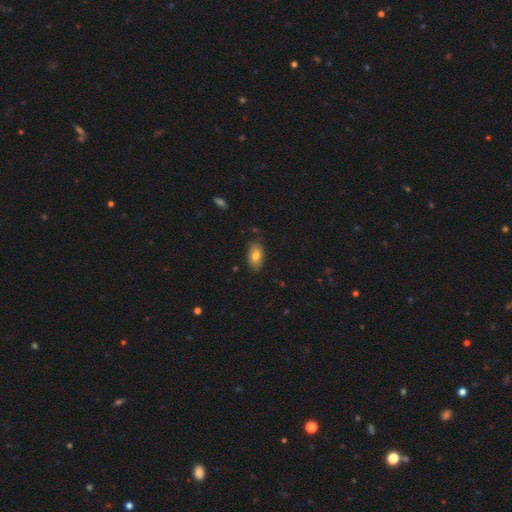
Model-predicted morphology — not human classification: Smooth or featured: smooth — 80% (featured or disk — 12%)
How rounded: in between — 91% (round — 5%)
Merging: none — 81% (minor disturbance — 15%)